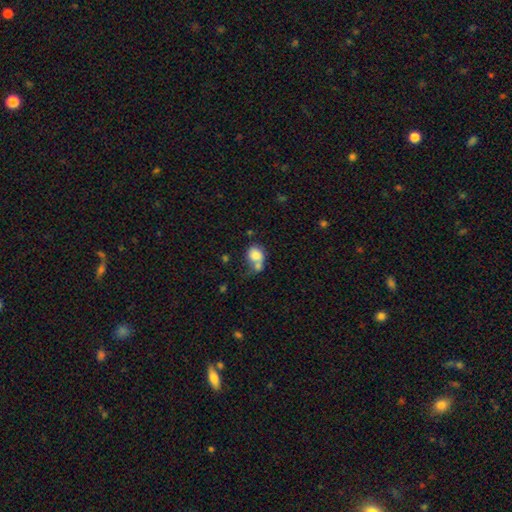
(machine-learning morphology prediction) Smooth or featured: smooth — 79% (featured or disk — 12%)
How rounded: round — 56% (in between — 43%)
Merging: merger — 48% (none — 27%)